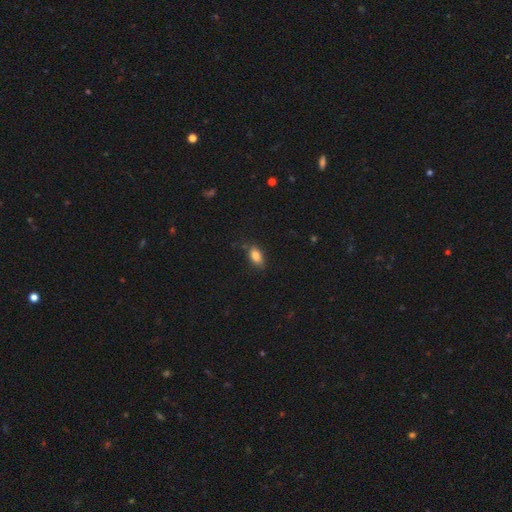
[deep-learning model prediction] A smooth galaxy with no disk features (83%) that is in between round and cigar-shaped (87%). Merging: none (79%).